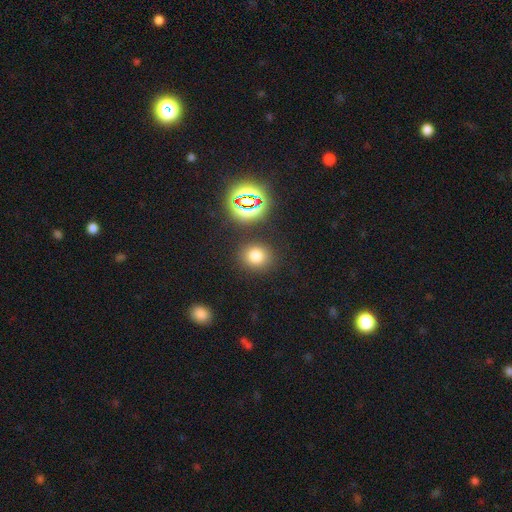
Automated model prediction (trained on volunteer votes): smooth 73%, star or artifact 20%, featured or disk 7%. Down the decision tree: how rounded — round (80%); merging — none (85%).